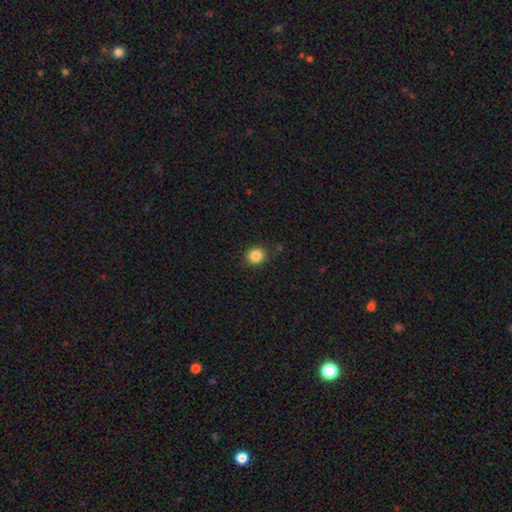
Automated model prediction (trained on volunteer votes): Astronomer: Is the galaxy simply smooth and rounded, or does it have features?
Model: smooth — 86%.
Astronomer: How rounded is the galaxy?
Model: round — 79%.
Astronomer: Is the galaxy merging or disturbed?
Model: none — 87%.